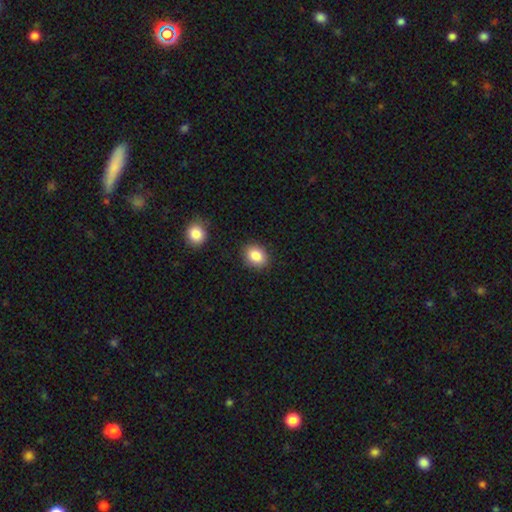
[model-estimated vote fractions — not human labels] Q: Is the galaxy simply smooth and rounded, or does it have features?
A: smooth — 86%.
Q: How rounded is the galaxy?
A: in between — 59%.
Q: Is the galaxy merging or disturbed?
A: none — 87%.